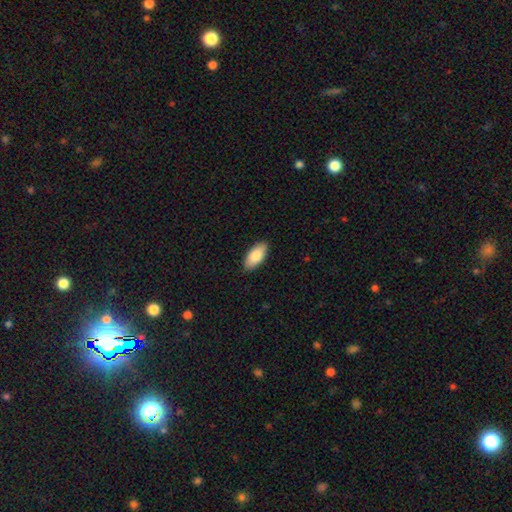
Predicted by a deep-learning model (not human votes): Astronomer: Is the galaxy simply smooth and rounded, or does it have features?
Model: smooth — 82%.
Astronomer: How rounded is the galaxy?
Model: in between — 91%.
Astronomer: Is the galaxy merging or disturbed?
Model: none — 90%.